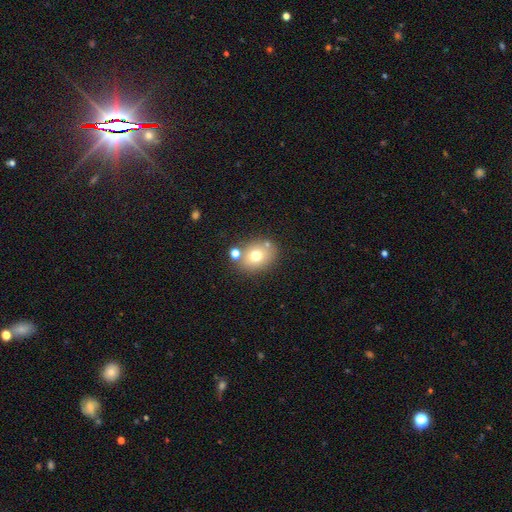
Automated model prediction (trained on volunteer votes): The model was most divided on "how rounded": round: 51%, in between: 48%, cigar-shaped: 1%. More confident: merging — none (72%); smooth or featured — smooth (71%).